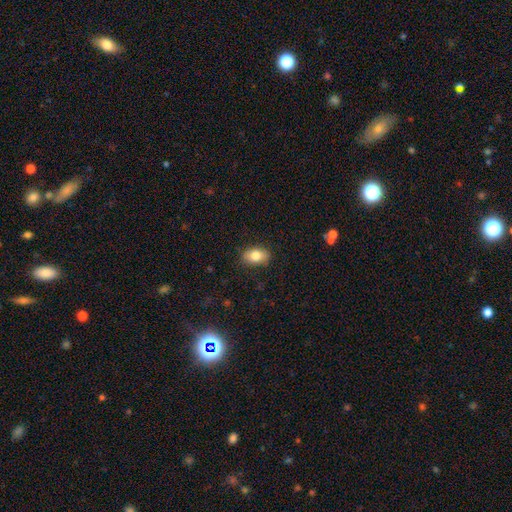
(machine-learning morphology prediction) Q: Smooth or featured?
A: smooth (81%); runner-up: featured or disk (11%)
Q: How rounded?
A: in between (85%); runner-up: round (14%)
Q: Merging?
A: none (85%); runner-up: minor disturbance (12%)